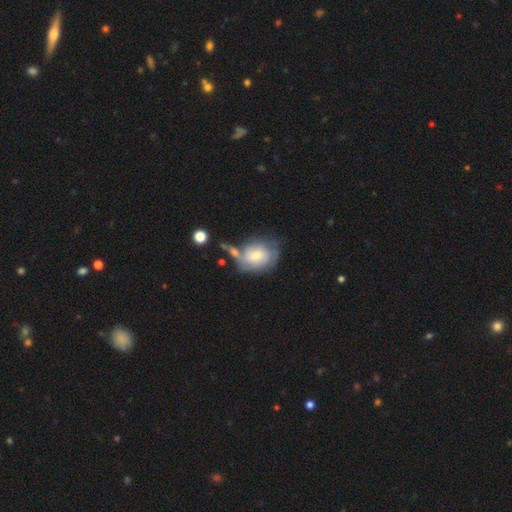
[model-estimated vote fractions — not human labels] featured or disk 49%, smooth 44%, star or artifact 7%. Down the decision tree: merging — none (43%).